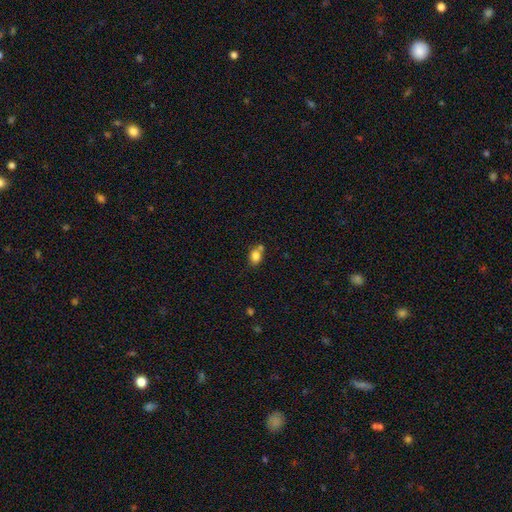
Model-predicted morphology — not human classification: Smooth or featured? Predicted: smooth (p=0.81). How rounded? Predicted: in between (p=0.58). Merging? Predicted: none (p=0.50).